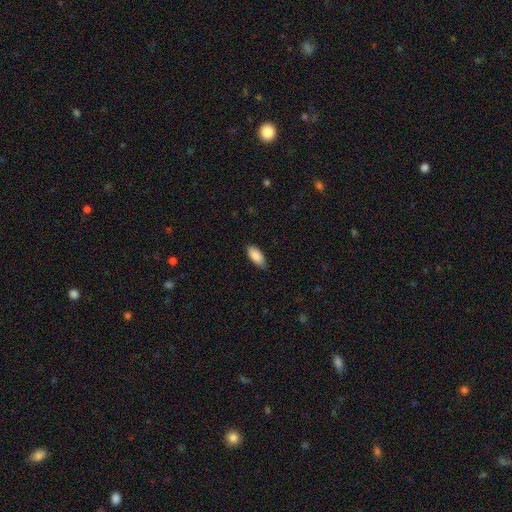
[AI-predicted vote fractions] A smooth galaxy with no disk features (88%) that is in between round and cigar-shaped (90%).

Vote fractions:
- Smooth or featured? smooth: 88% / star or artifact: 6% / featured or disk: 6%
- How rounded? in between: 90% / cigar-shaped: 8% / round: 2%
- Merging? none: 77% / minor disturbance: 19% / major disturbance: 3% / merger: 1%